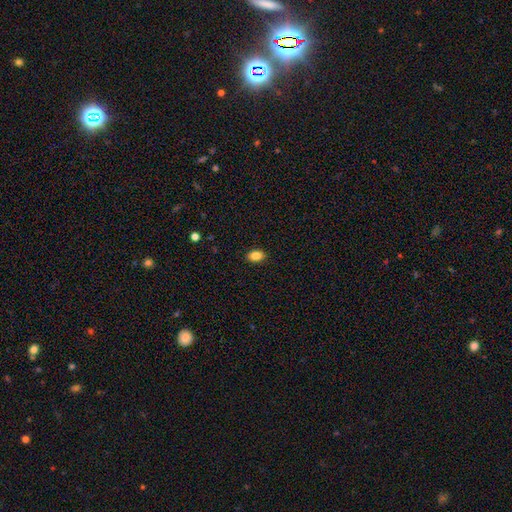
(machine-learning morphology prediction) Smooth or featured: smooth — 86% (star or artifact — 9%)
How rounded: in between — 86% (round — 12%)
Merging: none — 89% (minor disturbance — 8%)